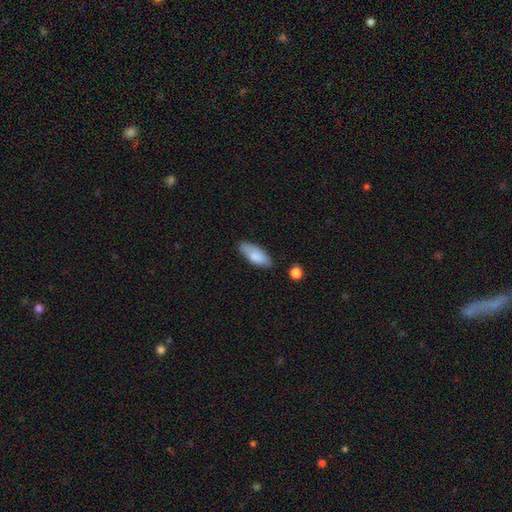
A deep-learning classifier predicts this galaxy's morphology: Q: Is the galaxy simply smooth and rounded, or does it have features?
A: smooth — 80%.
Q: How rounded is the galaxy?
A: in between — 77%.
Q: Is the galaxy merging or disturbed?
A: none — 73%.